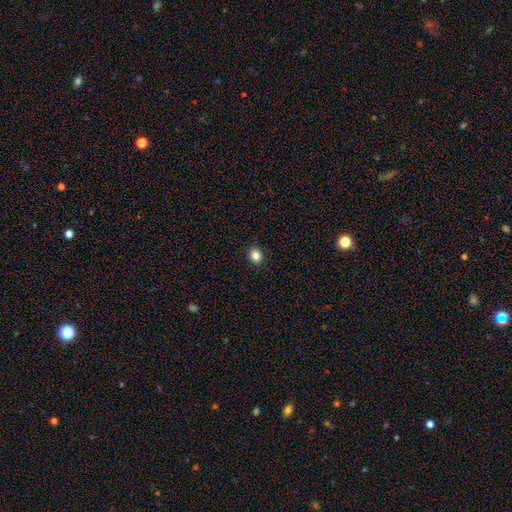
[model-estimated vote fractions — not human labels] This is clearly a smooth galaxy (83%). How rounded: clearly round (84%). Merging: clearly none (92%).